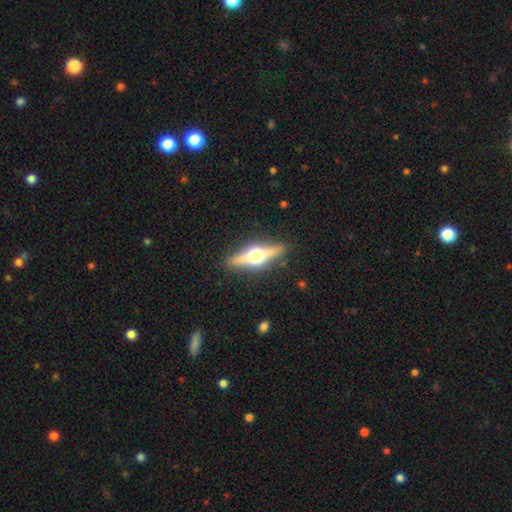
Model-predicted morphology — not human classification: A featured or disk galaxy (73%) viewed edge-on (96%) with a rounded central bulge (96%).

Vote fractions:
- Smooth or featured? featured or disk: 73% / smooth: 21% / star or artifact: 6%
- Edge-on disk? yes: 96% / no: 4%
- Edge-on bulge? rounded: 96% / boxy: 3% / none: 1%
- Merging? none: 89% / minor disturbance: 8% / major disturbance: 2% / merger: 1%